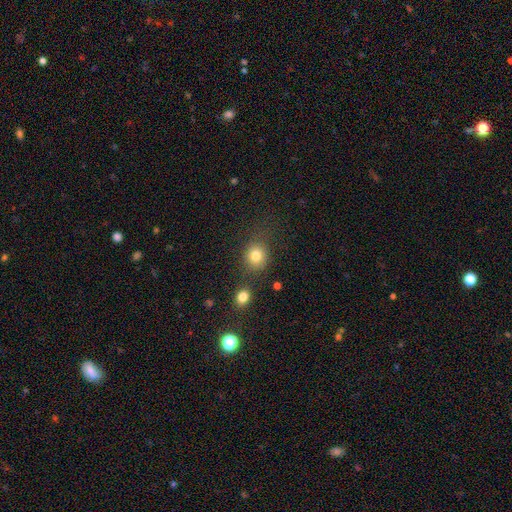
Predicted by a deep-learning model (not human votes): A smooth galaxy with no disk features (80%) that is round (78%).

Vote fractions:
- Smooth or featured? smooth: 80% / star or artifact: 13% / featured or disk: 7%
- How rounded? round: 78% / in between: 21% / cigar-shaped: 1%
- Merging? none: 72% / minor disturbance: 13% / merger: 10% / major disturbance: 6%